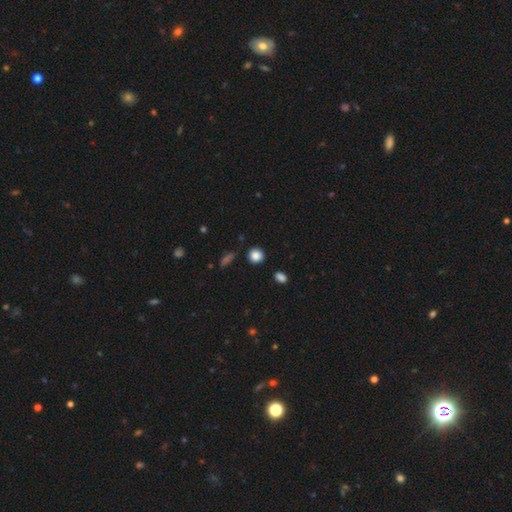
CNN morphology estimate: Smooth or featured? smooth (86%)
How rounded? round (87%)
Merging? none (87%)